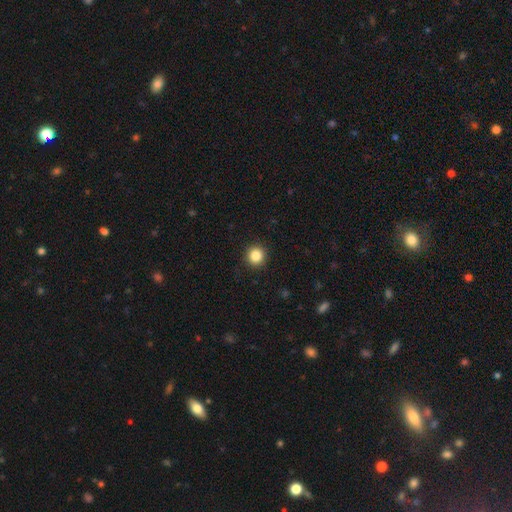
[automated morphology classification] Smooth or featured? smooth (86%)
How rounded? round (94%)
Merging? none (92%)